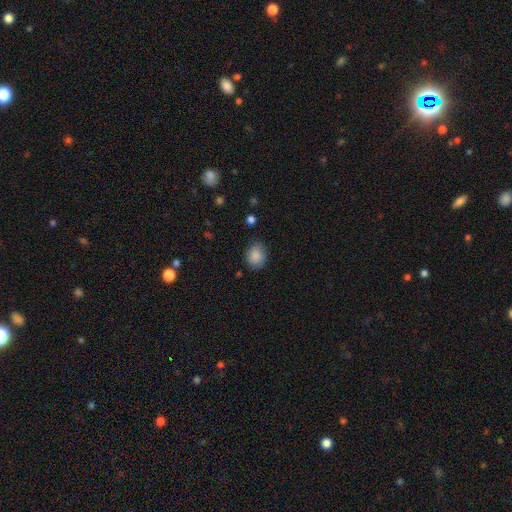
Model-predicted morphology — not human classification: This is clearly a smooth galaxy (86%). How rounded: possibly round (53%). Merging: likely none (79%).